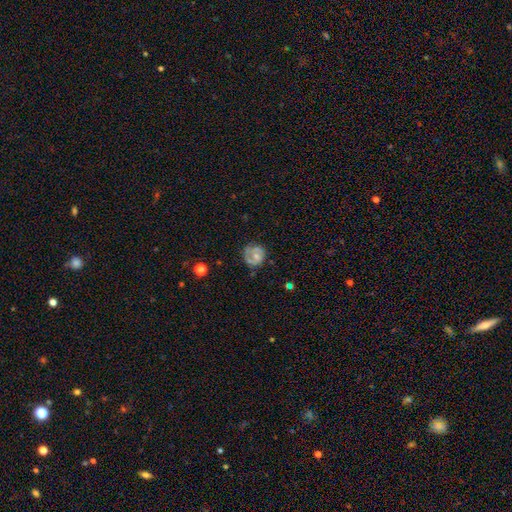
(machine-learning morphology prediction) Smooth or featured?
  - featured or disk: 47% *
  - smooth: 44%
  - star or artifact: 8%
Merging?
  - none: 55% *
  - minor disturbance: 27%
  - major disturbance: 14%
  - merger: 3%